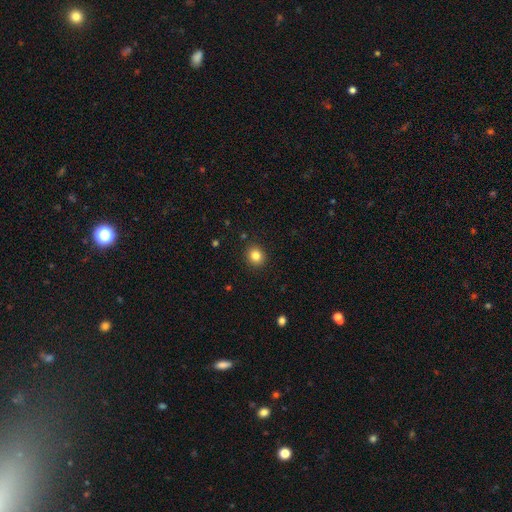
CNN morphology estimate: Smooth or featured? smooth (83%)
How rounded? round (80%)
Merging? none (91%)